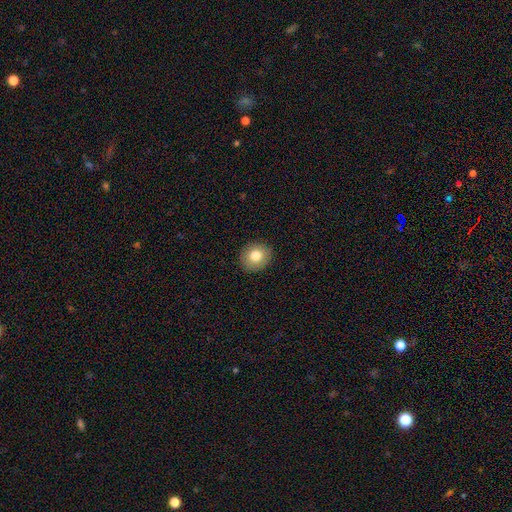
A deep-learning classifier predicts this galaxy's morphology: type=smooth (80%); roundness=round (75%); merging=none (91%).